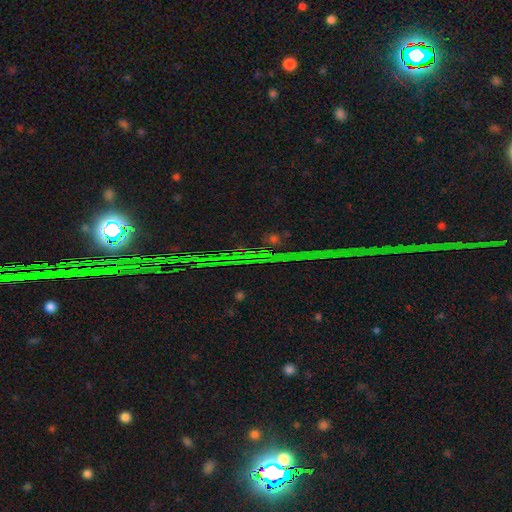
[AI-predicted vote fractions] smooth-or-featured: star or artifact: 80% | featured or disk: 11% | smooth: 9%